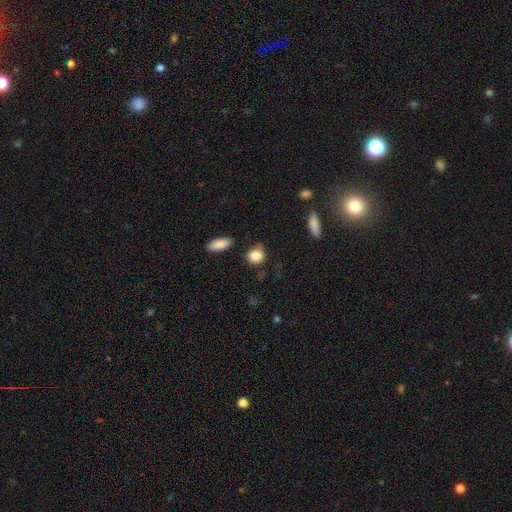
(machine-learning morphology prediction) smooth_or_featured: smooth (p=0.87) [alt: star or artifact p=0.08]
how_rounded: round (p=0.73) [alt: in between p=0.25]
merging: none (p=0.71) [alt: minor disturbance p=0.20]